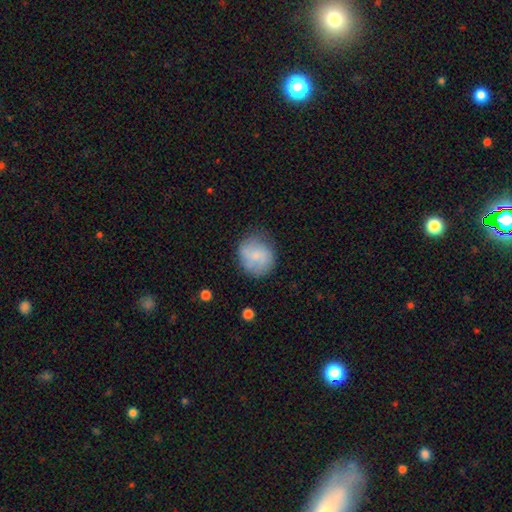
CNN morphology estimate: Smooth or featured?
  - smooth: 69% *
  - featured or disk: 24%
  - star or artifact: 7%
How rounded?
  - round: 81% *
  - in between: 18%
  - cigar-shaped: 1%
Merging?
  - none: 67% *
  - minor disturbance: 22%
  - major disturbance: 8%
  - merger: 2%